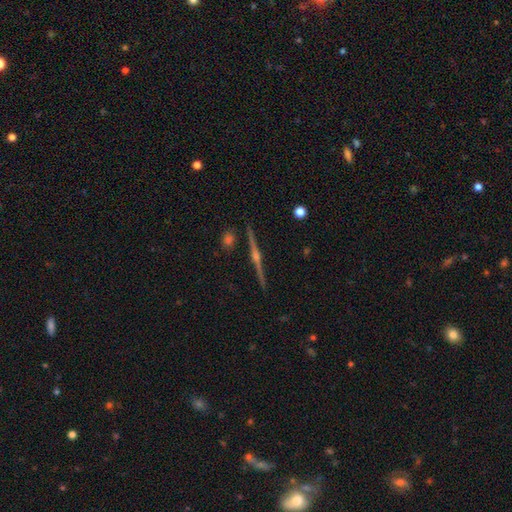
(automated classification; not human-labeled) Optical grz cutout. It shows a featured or disk galaxy (88%) viewed edge-on (99%) with a rounded central bulge (94%). Merging: none (92%).